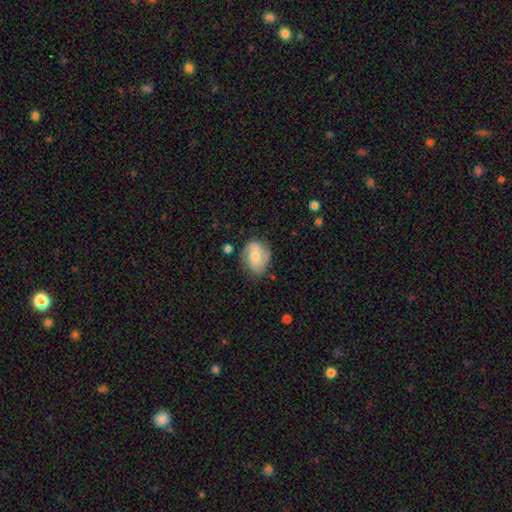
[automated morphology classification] This appears to be a featured or disk galaxy (56%) with no bar (61%), spiral arms (90%) and a small central bulge (54%). Merging: none (72%).